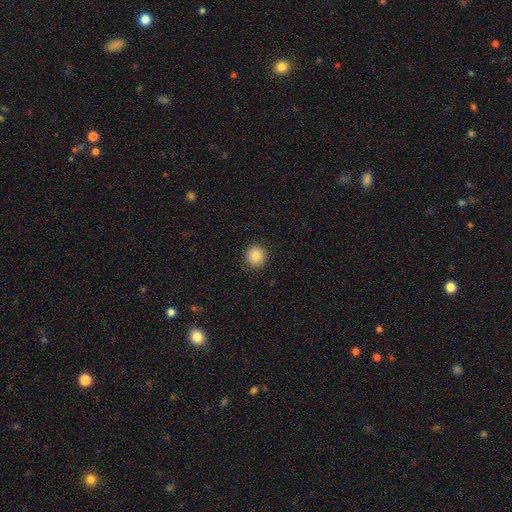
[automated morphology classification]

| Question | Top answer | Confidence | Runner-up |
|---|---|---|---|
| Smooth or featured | smooth | 87% | star or artifact (9%) |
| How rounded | round | 91% | in between (8%) |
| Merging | none | 91% | minor disturbance (6%) |